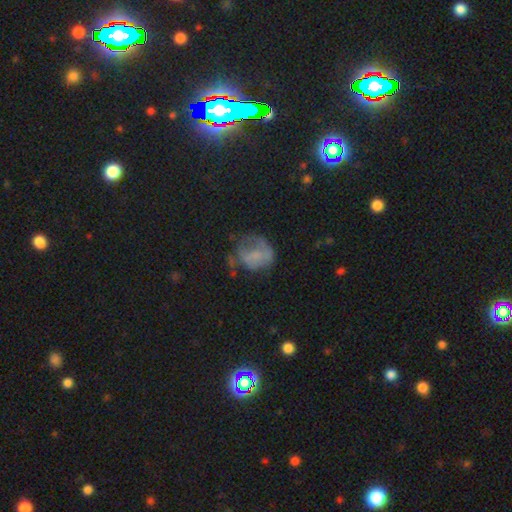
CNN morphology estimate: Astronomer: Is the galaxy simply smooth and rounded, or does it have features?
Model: smooth — 53% (runner-up: featured or disk, 35%).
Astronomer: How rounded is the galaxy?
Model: round — 63%.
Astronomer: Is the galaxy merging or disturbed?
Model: none — 38% (runner-up: major disturbance, 30%).